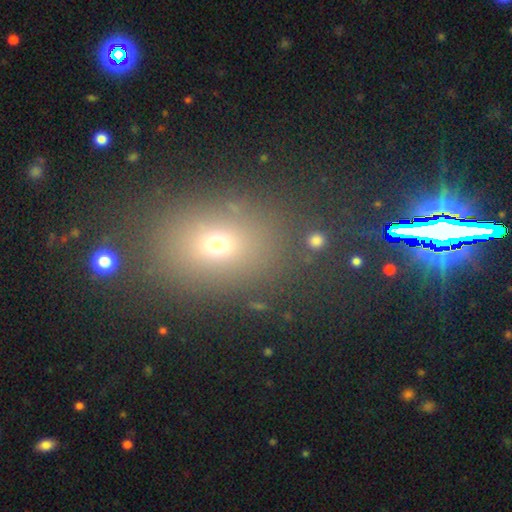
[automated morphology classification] smooth 60%, star or artifact 28%, featured or disk 12%. Down the decision tree: how rounded — in between (56%); merging — none (82%).